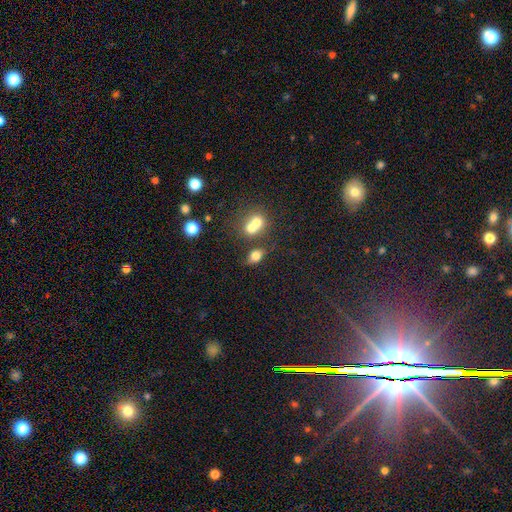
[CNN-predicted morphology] Q: Smooth or featured?
A: smooth (75%); runner-up: featured or disk (13%)
Q: How rounded?
A: in between (72%); runner-up: round (26%)
Q: Merging?
A: none (50%); runner-up: merger (32%)